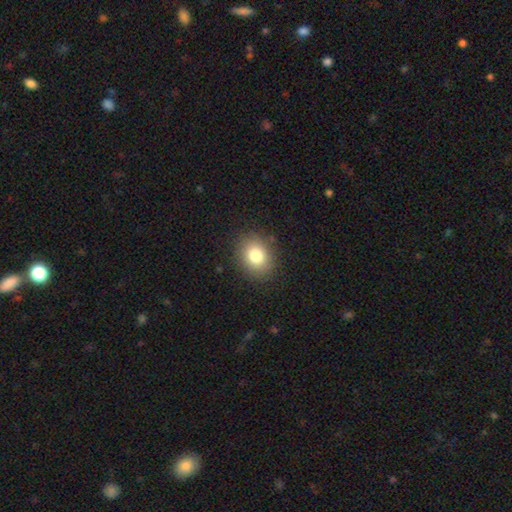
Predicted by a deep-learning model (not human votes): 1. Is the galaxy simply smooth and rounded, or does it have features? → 80% smooth, 10% star or artifact, 9% featured or disk.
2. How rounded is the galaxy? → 58% round, 41% in between, 1% cigar-shaped.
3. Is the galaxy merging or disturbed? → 88% none, 8% minor disturbance, 3% major disturbance, 1% merger.